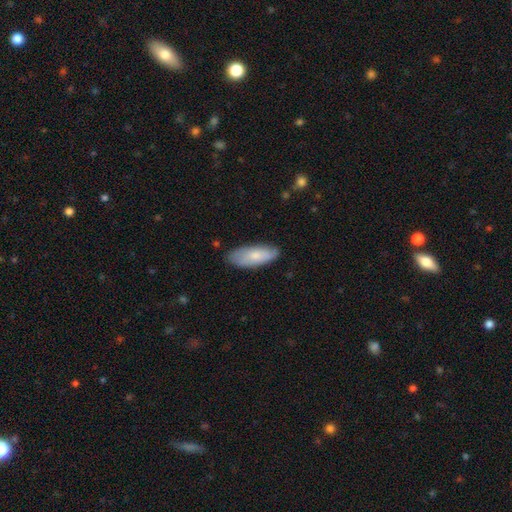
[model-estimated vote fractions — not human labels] Morphology: type=smooth (77%); roundness=in between (75%); merging=none (77%).